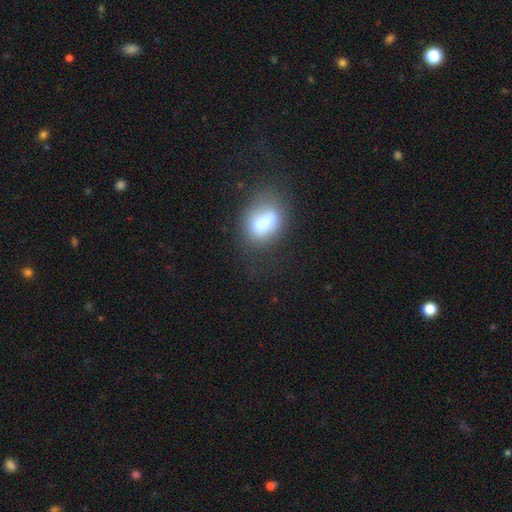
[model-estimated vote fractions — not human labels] This is likely a smooth galaxy (67%). How rounded: likely in between (76%). Merging: likely none (60%).